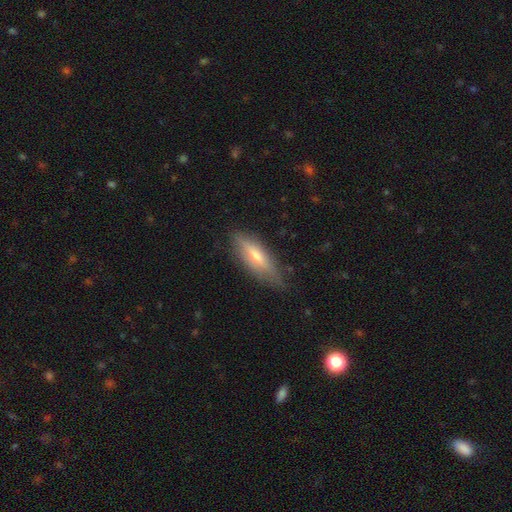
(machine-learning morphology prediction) This appears to be a smooth galaxy with no disk features (47%). Merging: none (76%).